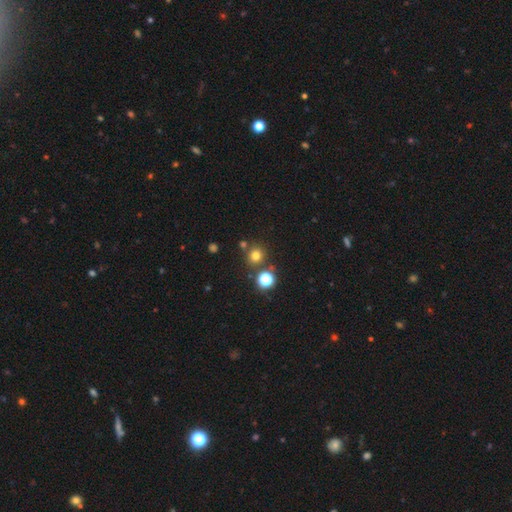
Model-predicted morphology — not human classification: A smooth galaxy with no disk features (73%) that is round (92%).

Vote fractions:
- Smooth or featured? smooth: 73% / star or artifact: 20% / featured or disk: 7%
- How rounded? round: 92% / in between: 7% / cigar-shaped: 1%
- Merging? none: 79% / merger: 11% / minor disturbance: 7% / major disturbance: 3%